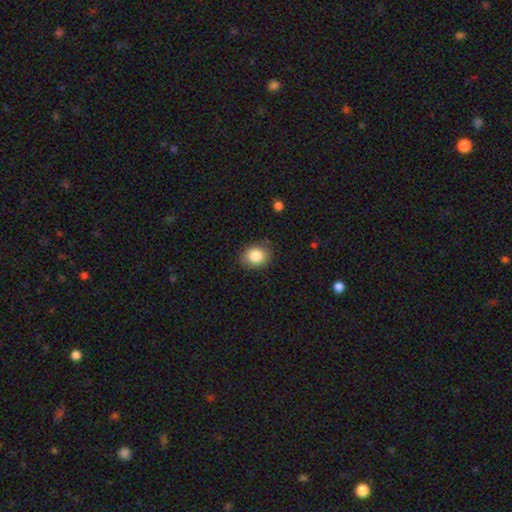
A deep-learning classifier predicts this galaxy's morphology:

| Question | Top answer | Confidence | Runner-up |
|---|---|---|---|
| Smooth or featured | smooth | 85% | star or artifact (9%) |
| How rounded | round | 56% | in between (43%) |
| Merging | none | 82% | minor disturbance (14%) |